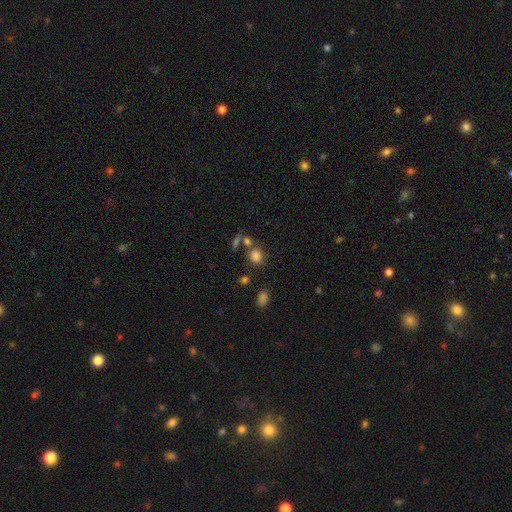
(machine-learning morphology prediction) This appears to be a smooth galaxy with no disk features (81%) that is round (72%). Merging: none (63%).